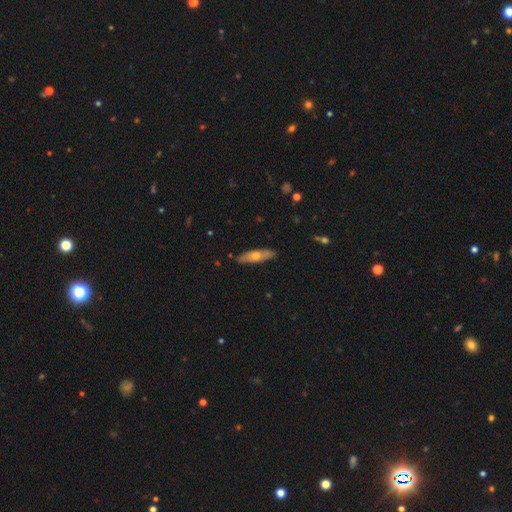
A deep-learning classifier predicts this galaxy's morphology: smooth_or_featured: smooth (p=0.50) [alt: featured or disk p=0.44]
merging: none (p=0.86) [alt: minor disturbance p=0.11]